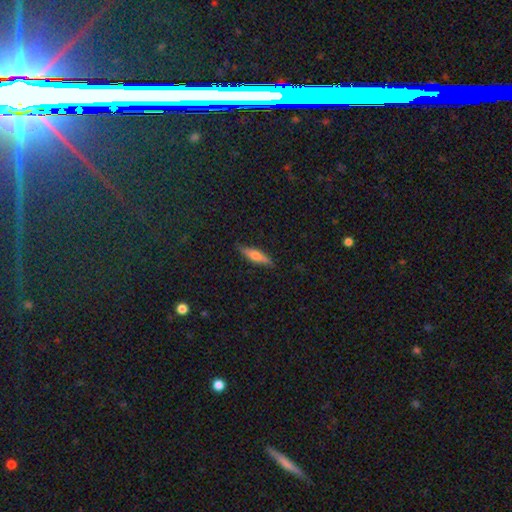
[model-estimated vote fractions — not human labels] Overall: smooth (51%; featured or disk 42%). How rounded: cigar-shaped (69%; in between 29%). Merging: none (84%).